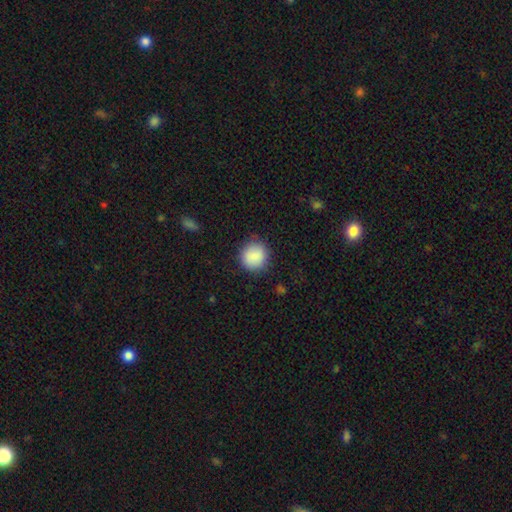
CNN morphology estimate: smooth-or-featured: smooth: 88% | star or artifact: 7% | featured or disk: 5%
  how-rounded: round: 90% | in between: 9% | cigar-shaped: 1%
  merging: none: 86% | minor disturbance: 10% | major disturbance: 3% | merger: 1%